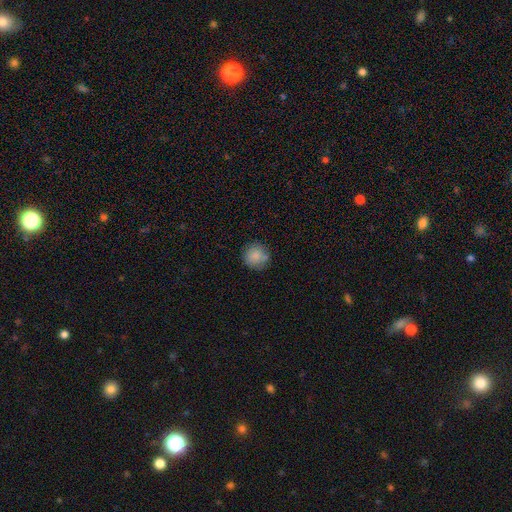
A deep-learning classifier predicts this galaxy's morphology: This is clearly a smooth galaxy (84%). How rounded: clearly round (92%). Merging: likely none (77%).